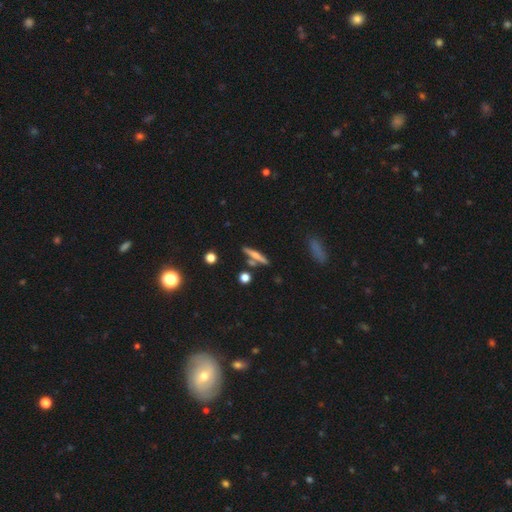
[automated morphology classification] smooth 51%, featured or disk 40%, star or artifact 9%. Down the decision tree: how rounded — cigar-shaped (82%); merging — none (77%).